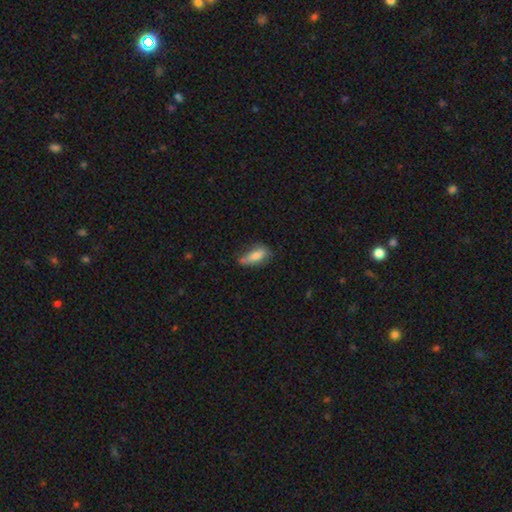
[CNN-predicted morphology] smooth_or_featured: smooth (p=0.73) [alt: featured or disk p=0.21]
how_rounded: in between (p=0.70) [alt: cigar-shaped p=0.27]
merging: none (p=0.57) [alt: minor disturbance p=0.32]